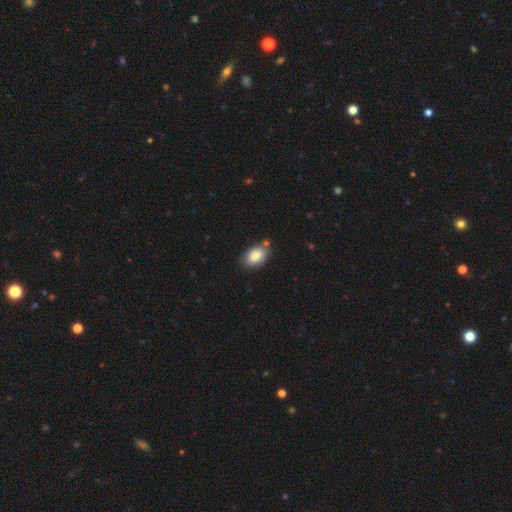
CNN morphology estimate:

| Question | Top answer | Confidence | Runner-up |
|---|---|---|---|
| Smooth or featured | smooth | 84% | featured or disk (8%) |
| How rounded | in between | 87% | round (11%) |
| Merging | none | 73% | minor disturbance (16%) |